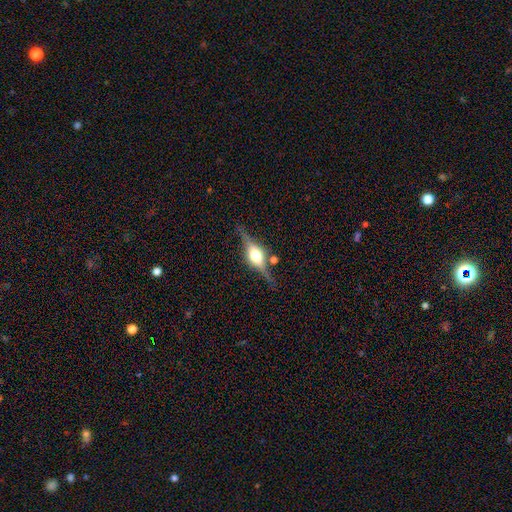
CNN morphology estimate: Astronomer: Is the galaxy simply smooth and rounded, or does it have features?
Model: featured or disk — 80%.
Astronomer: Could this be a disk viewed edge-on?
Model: yes — 96%.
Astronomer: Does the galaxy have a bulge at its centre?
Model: rounded — 90%.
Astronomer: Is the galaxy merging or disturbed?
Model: none — 81%.